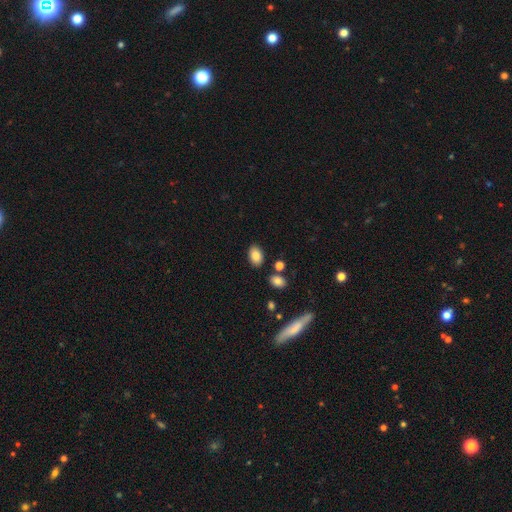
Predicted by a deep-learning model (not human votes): smooth 85%, star or artifact 8%, featured or disk 7%. Down the decision tree: how rounded — in between (88%); merging — none (83%).